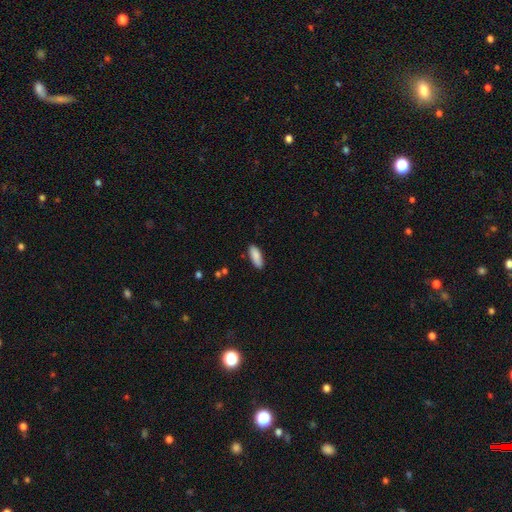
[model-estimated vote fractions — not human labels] The model was most divided on "how rounded": in between: 70%, cigar-shaped: 28%, round: 2%. More confident: smooth or featured — smooth (89%); merging — none (85%).